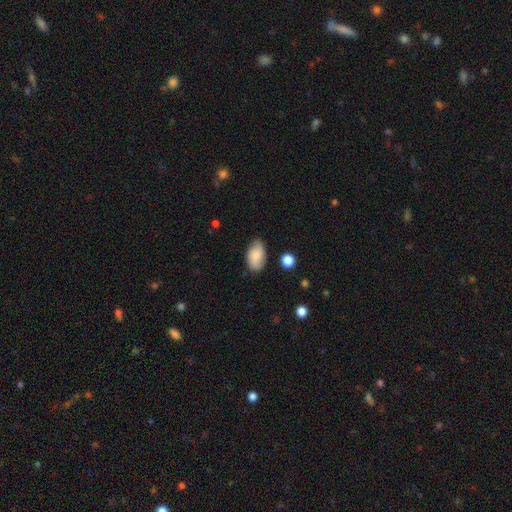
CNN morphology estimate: Smooth or featured? Predicted: smooth (p=0.78). How rounded? Predicted: in between (p=0.92). Merging? Predicted: none (p=0.71).